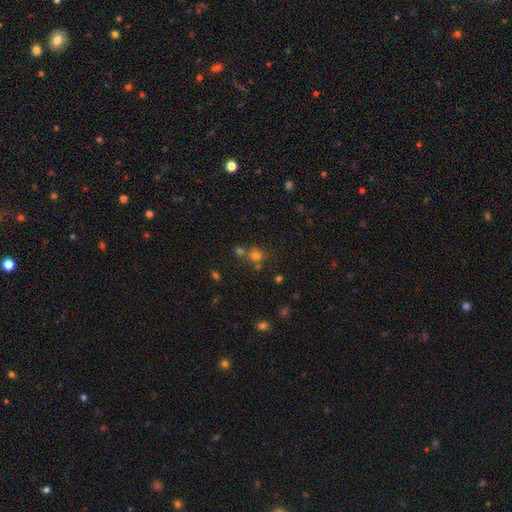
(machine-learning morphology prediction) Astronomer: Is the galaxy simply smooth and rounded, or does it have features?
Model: smooth — 68%.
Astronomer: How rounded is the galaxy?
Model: round — 80%.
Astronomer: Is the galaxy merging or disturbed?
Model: none — 57%.